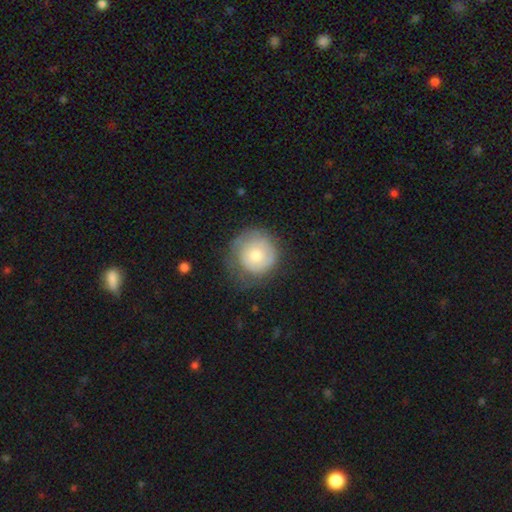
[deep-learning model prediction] smooth 66%, featured or disk 27%, star or artifact 7%. Down the decision tree: how rounded — round (92%); merging — none (60%).